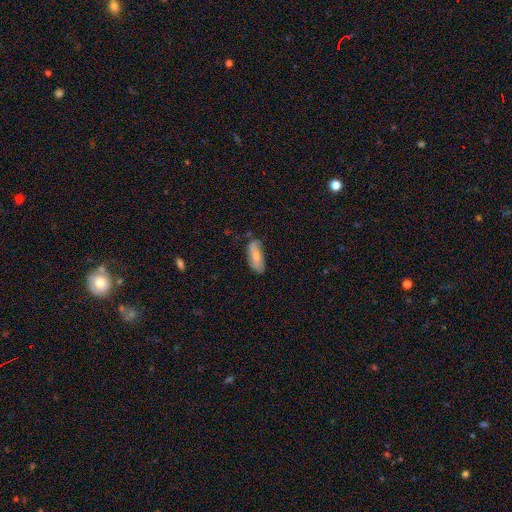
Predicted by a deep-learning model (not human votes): smooth-or-featured: smooth: 76% | featured or disk: 18% | star or artifact: 6%
  how-rounded: in between: 77% | cigar-shaped: 21% | round: 2%
  merging: none: 61% | minor disturbance: 29% | major disturbance: 7% | merger: 3%